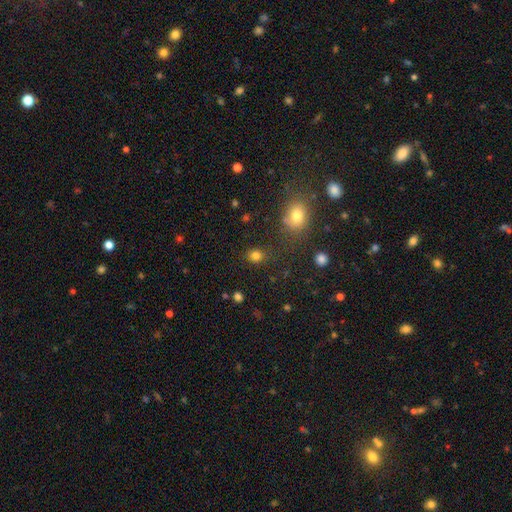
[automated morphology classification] smooth 81%, star or artifact 14%, featured or disk 5%. Down the decision tree: how rounded — round (62%); merging — none (81%).